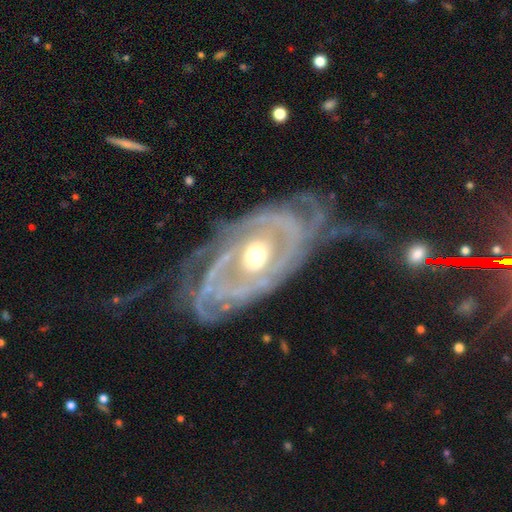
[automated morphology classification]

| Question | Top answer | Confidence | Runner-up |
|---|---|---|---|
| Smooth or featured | featured or disk | 89% | smooth (7%) |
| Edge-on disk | no | 95% | yes (5%) |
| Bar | no | 64% | weak (23%) |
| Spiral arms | yes | 86% | no (14%) |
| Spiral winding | tight | 56% | medium (30%) |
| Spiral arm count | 2 | 37% | can't tell (27%) |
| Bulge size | moderate | 72% | small (18%) |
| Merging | none | 54% | minor disturbance (21%) |